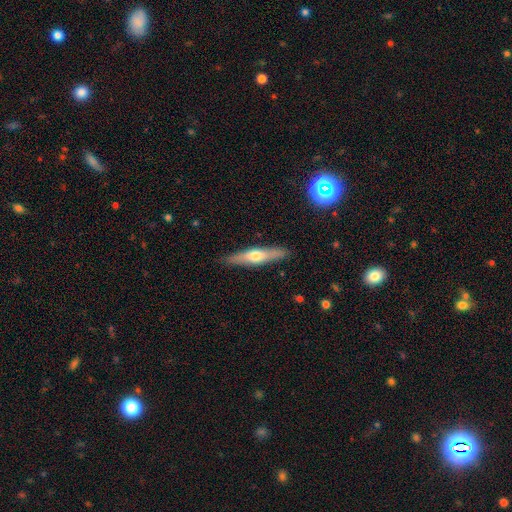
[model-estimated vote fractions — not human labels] Smooth or featured?
  - featured or disk: 48% *
  - smooth: 47%
  - star or artifact: 6%
Merging?
  - none: 89% *
  - minor disturbance: 9%
  - major disturbance: 2%
  - merger: 1%